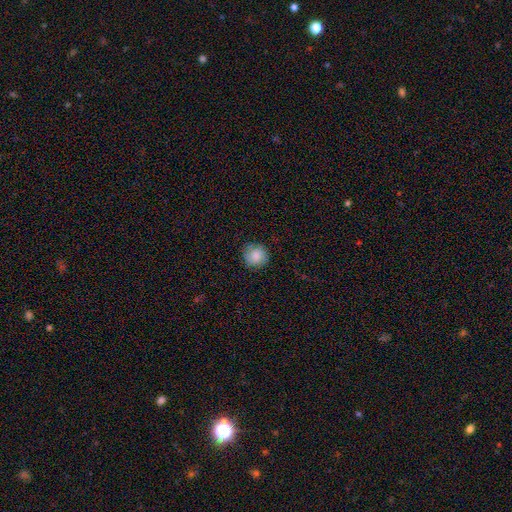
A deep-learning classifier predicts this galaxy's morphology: This appears to be a smooth galaxy with no disk features (82%) that is round (92%). Merging: none (83%).